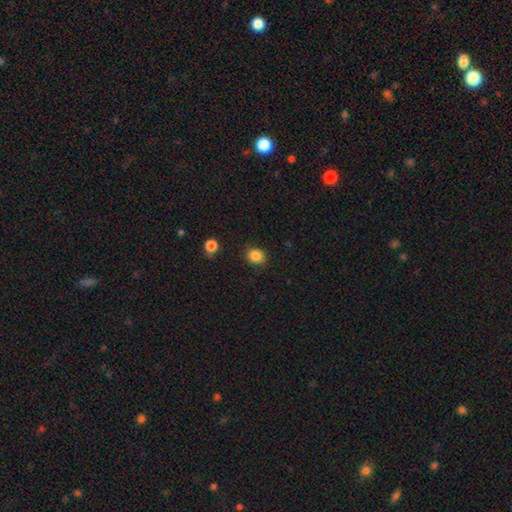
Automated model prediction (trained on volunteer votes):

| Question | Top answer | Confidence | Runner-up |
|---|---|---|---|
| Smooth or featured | smooth | 85% | star or artifact (11%) |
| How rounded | round | 62% | in between (38%) |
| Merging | none | 86% | minor disturbance (10%) |